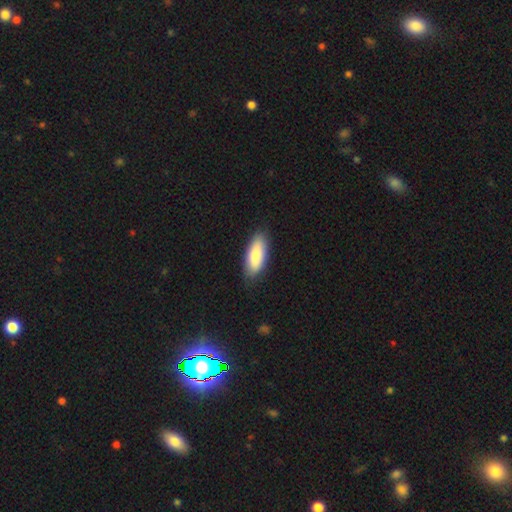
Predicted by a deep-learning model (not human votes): smooth-or-featured: smooth: 86% | featured or disk: 9% | star or artifact: 5%
  how-rounded: in between: 77% | cigar-shaped: 22% | round: 2%
  merging: none: 84% | minor disturbance: 12% | major disturbance: 2% | merger: 1%